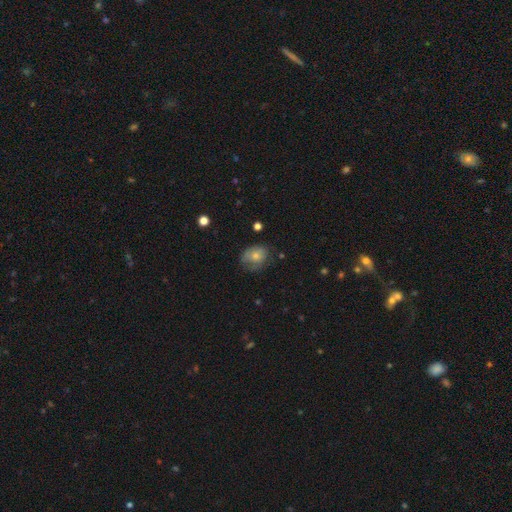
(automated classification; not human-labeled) Q: Smooth or featured?
A: smooth (68%); runner-up: featured or disk (22%)
Q: How rounded?
A: in between (59%); runner-up: round (40%)
Q: Merging?
A: none (55%); runner-up: minor disturbance (30%)